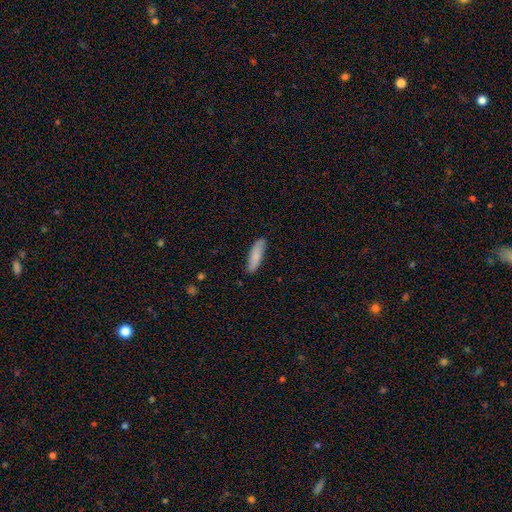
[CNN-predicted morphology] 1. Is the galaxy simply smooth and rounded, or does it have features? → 80% smooth, 14% featured or disk, 6% star or artifact.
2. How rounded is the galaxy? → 65% cigar-shaped, 33% in between, 2% round.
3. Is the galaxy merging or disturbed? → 84% none, 13% minor disturbance, 2% major disturbance, 1% merger.